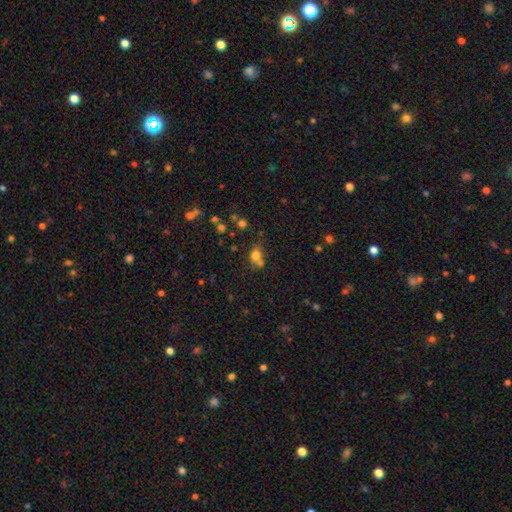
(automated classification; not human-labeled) Smooth or featured: smooth — 73% (star or artifact — 16%)
How rounded: round — 51% (in between — 48%)
Merging: none — 44% (merger — 38%)